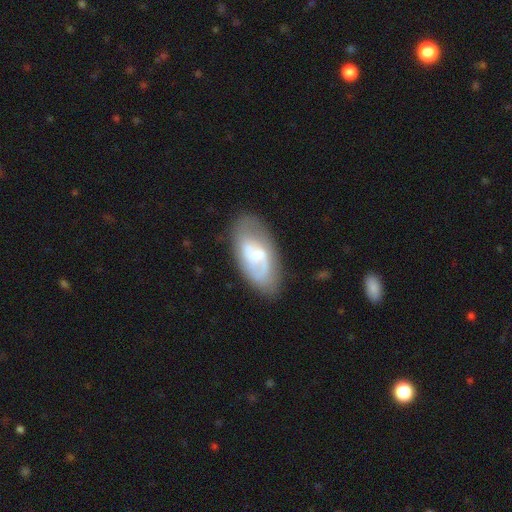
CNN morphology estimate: This appears to be a featured or disk galaxy (62%) with a weak bar (46%), spiral arms (75%) and a small central bulge (37%). Merging: none (69%).